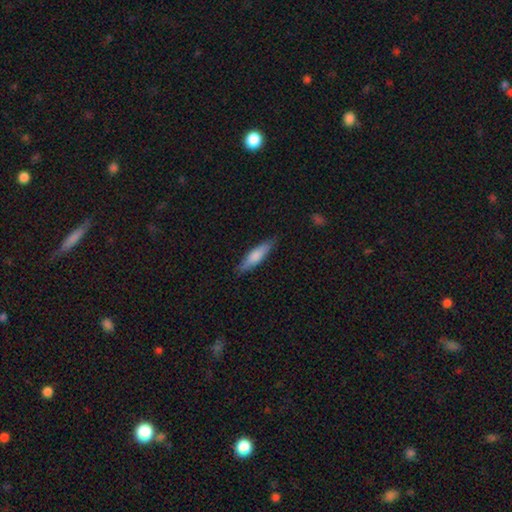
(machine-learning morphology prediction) smooth 74%, featured or disk 21%, star or artifact 5%. Down the decision tree: how rounded — cigar-shaped (71%); merging — none (85%).